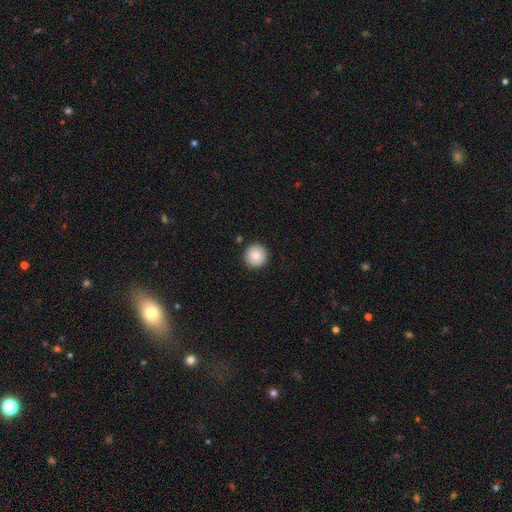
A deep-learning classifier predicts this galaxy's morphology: type=smooth (81%); roundness=round (96%); merging=none (92%).